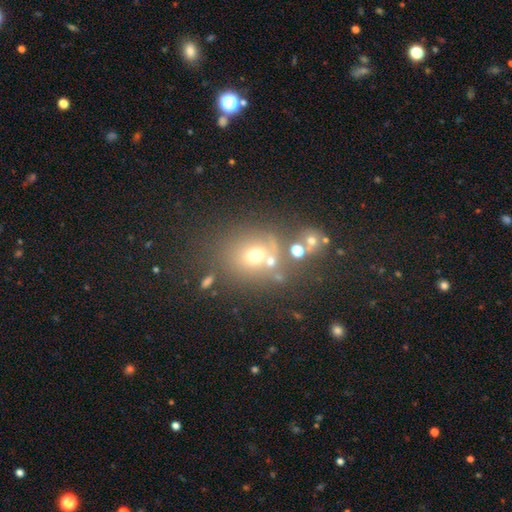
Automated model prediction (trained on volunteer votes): smooth-or-featured: smooth: 58% | star or artifact: 23% | featured or disk: 18%
  how-rounded: round: 67% | in between: 32% | cigar-shaped: 1%
  merging: none: 52% | merger: 23% | minor disturbance: 15% | major disturbance: 10%